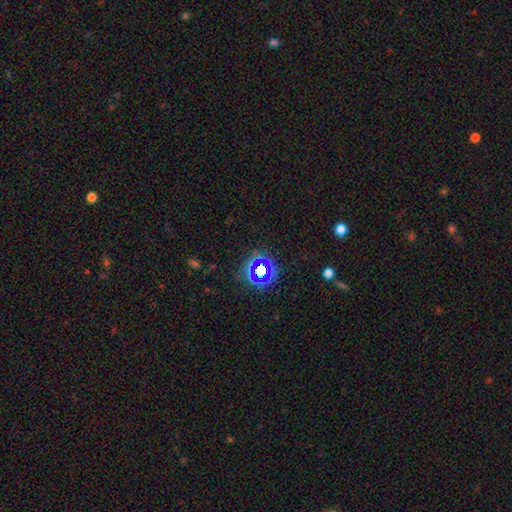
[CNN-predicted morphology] Smooth or featured: star or artifact — 71% (smooth — 20%)